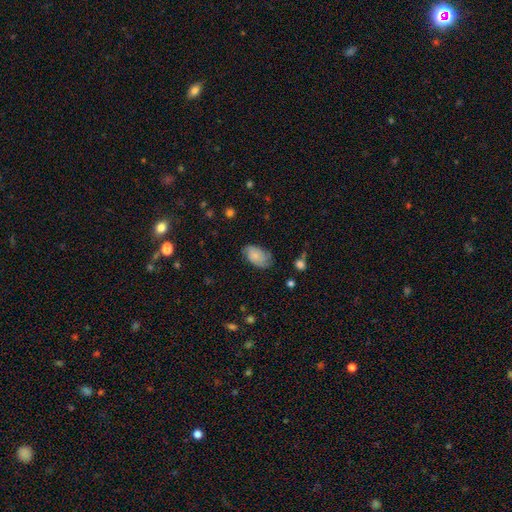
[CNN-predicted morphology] smooth_or_featured: smooth (p=0.56) [alt: featured or disk p=0.37]
how_rounded: in between (p=0.92) [alt: round p=0.06]
merging: none (p=0.65) [alt: minor disturbance p=0.26]